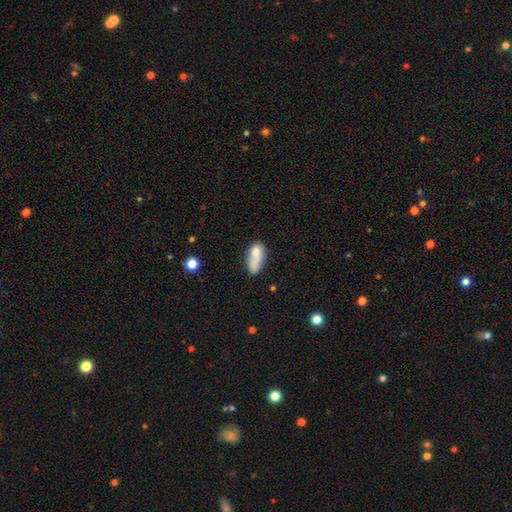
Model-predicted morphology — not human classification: smooth_or_featured: smooth (p=0.75) [alt: featured or disk p=0.16]
how_rounded: in between (p=0.84) [alt: cigar-shaped p=0.12]
merging: none (p=0.40) [alt: minor disturbance p=0.27]